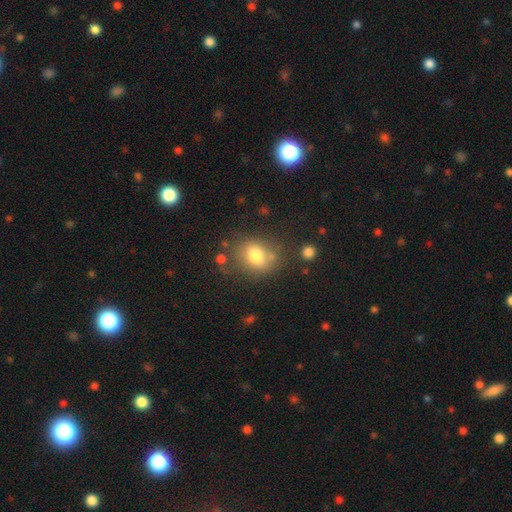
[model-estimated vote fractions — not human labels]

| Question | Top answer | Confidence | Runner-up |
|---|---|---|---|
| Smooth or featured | smooth | 77% | featured or disk (13%) |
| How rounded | round | 50% | in between (49%) |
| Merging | none | 64% | minor disturbance (18%) |